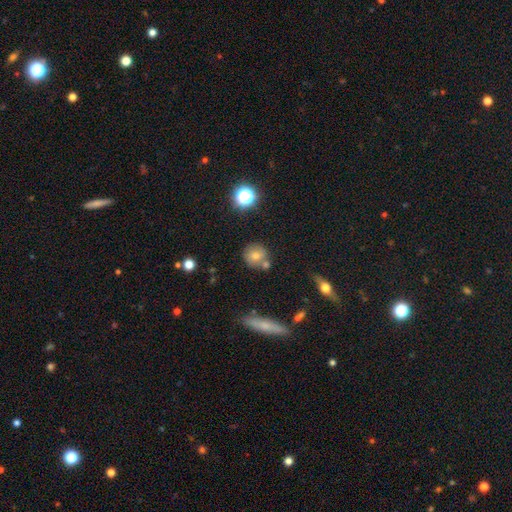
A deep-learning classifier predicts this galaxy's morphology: Smooth or featured: smooth — 71% (featured or disk — 14%)
How rounded: round — 88% (in between — 10%)
Merging: none — 68% (merger — 18%)